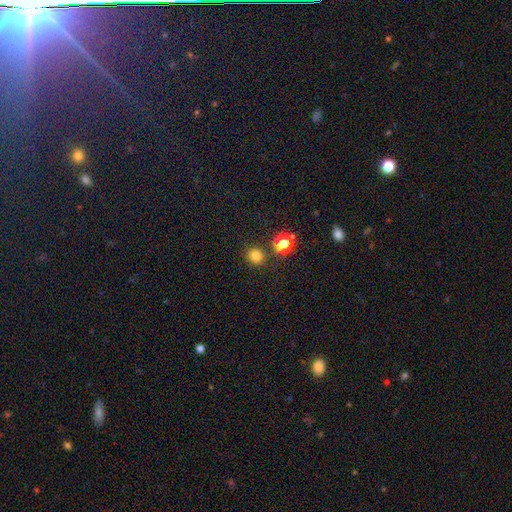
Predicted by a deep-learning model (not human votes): Overall: smooth (79%). How rounded: round (88%). Merging: none (84%).